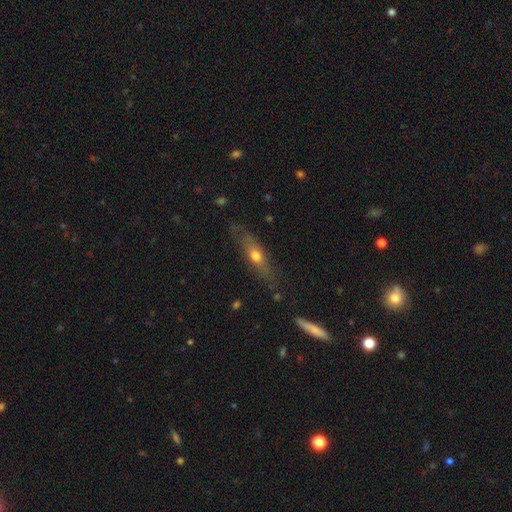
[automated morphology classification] smooth-or-featured: smooth: 49% | featured or disk: 44% | star or artifact: 7%
  merging: none: 72% | minor disturbance: 19% | major disturbance: 7% | merger: 2%